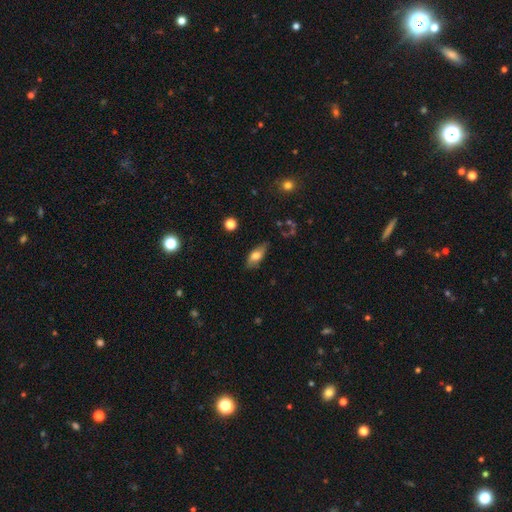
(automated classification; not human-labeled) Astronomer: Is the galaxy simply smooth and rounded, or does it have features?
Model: smooth — 70%.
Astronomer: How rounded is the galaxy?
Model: in between — 81%.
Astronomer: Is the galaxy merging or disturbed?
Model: none — 76%.